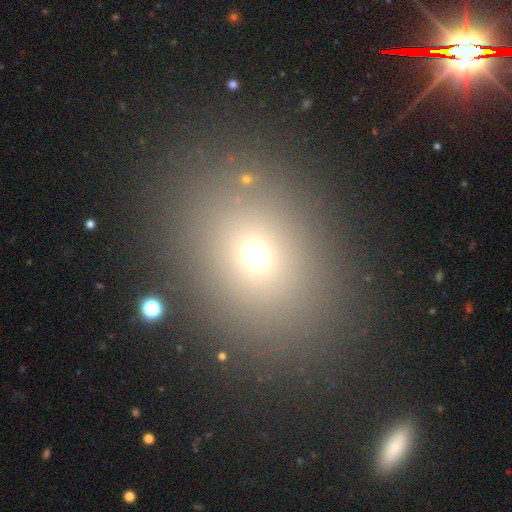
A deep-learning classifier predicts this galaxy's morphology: This is likely a smooth galaxy (67%). How rounded: possibly in between (55%). Merging: clearly none (85%).